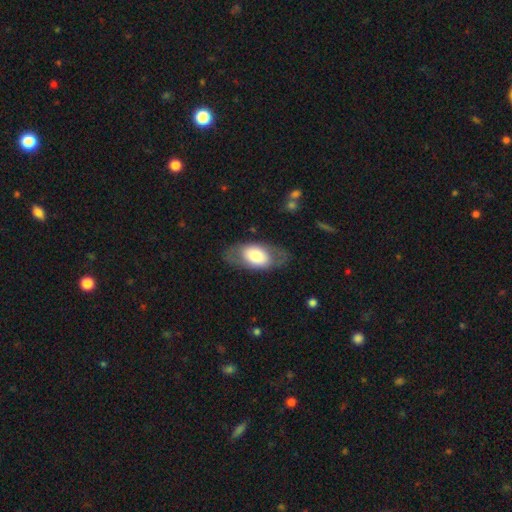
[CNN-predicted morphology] This appears to be a smooth galaxy with no disk features (62%) that is in between round and cigar-shaped (90%). Merging: none (75%).